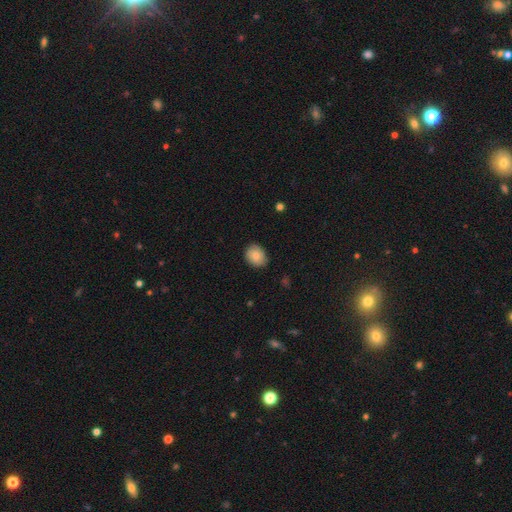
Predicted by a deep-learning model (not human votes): A smooth galaxy with no disk features (79%) that is round (50%). Merging: none (80%).